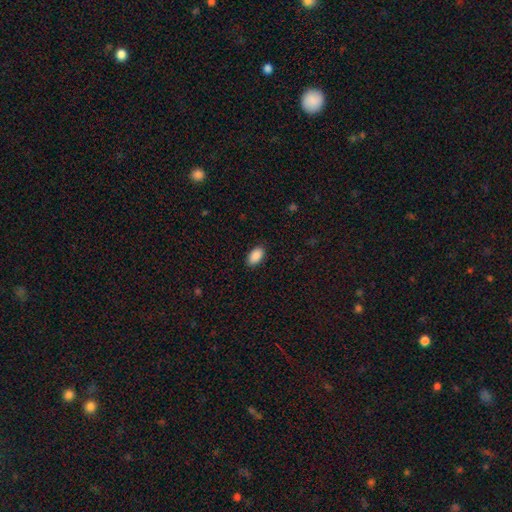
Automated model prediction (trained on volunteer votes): Smooth or featured?
  - smooth: 90% *
  - star or artifact: 7%
  - featured or disk: 3%
How rounded?
  - in between: 95% *
  - round: 3%
  - cigar-shaped: 2%
Merging?
  - none: 89% *
  - minor disturbance: 8%
  - major disturbance: 2%
  - merger: 1%